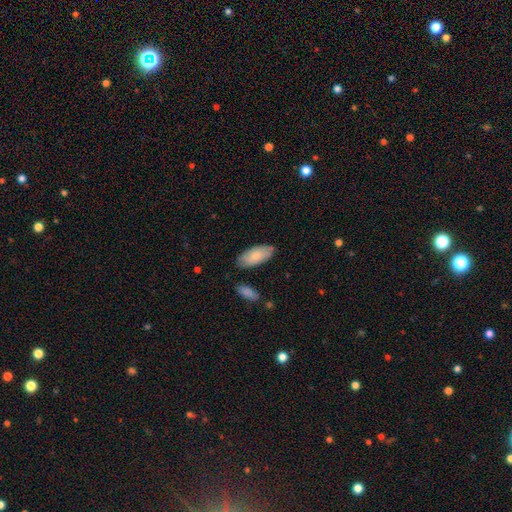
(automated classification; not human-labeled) This is clearly a smooth galaxy (81%). How rounded: clearly in between (90%). Merging: likely none (79%).